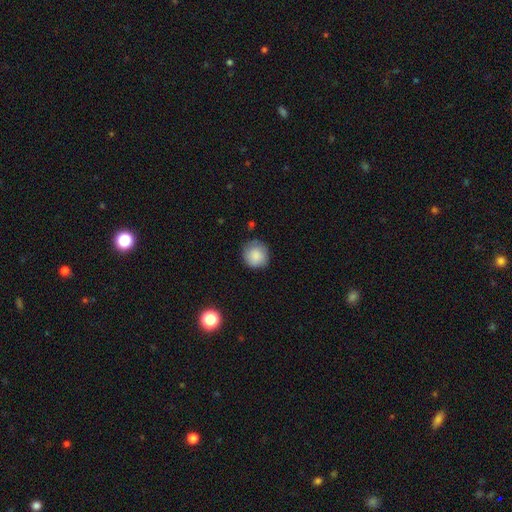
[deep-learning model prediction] smooth_or_featured: smooth (p=0.85) [alt: star or artifact p=0.08]
how_rounded: round (p=0.91) [alt: in between p=0.08]
merging: none (p=0.77) [alt: minor disturbance p=0.17]